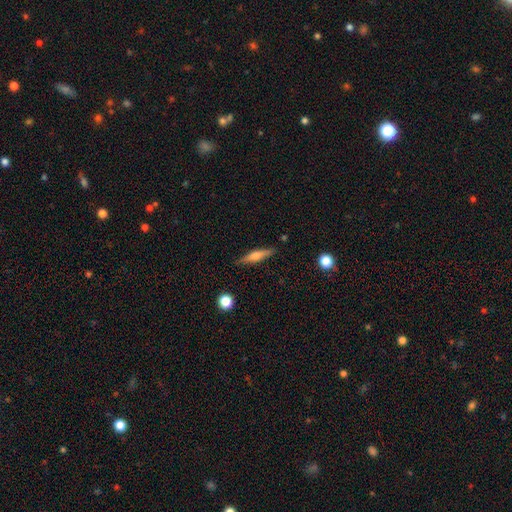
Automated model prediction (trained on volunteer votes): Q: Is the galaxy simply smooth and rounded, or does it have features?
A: featured or disk — 52%.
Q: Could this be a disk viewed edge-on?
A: yes — 95%.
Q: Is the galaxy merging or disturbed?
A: none — 86%.